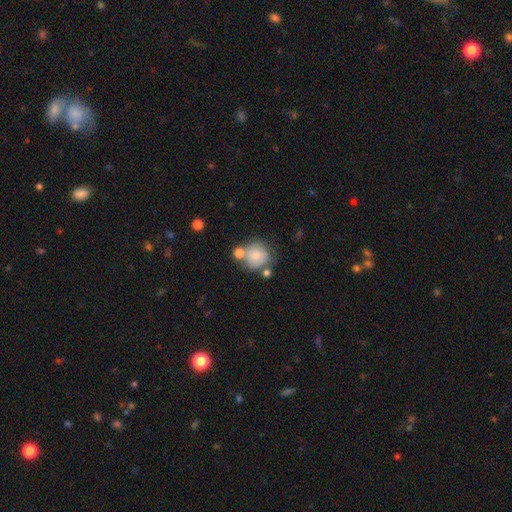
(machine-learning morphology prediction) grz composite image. It shows a smooth galaxy with no disk features (75%) that is round (88%). Merging: none (53%).